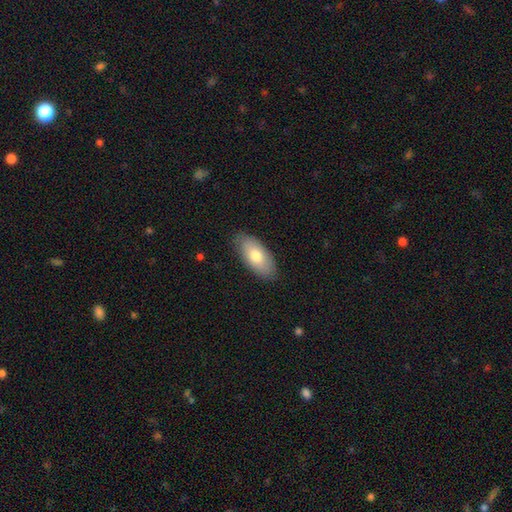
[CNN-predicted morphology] A smooth galaxy with no disk features (74%) that is in between round and cigar-shaped (91%). Merging: none (85%).